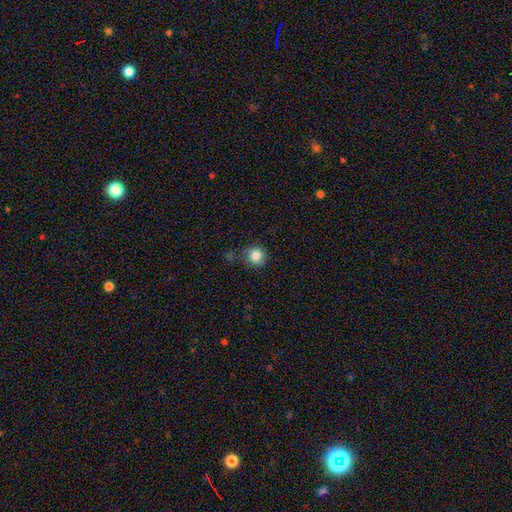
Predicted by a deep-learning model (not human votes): smooth-or-featured: smooth: 85% | star or artifact: 10% | featured or disk: 4%
  how-rounded: round: 94% | in between: 5% | cigar-shaped: 1%
  merging: none: 83% | minor disturbance: 10% | merger: 3% | major disturbance: 3%